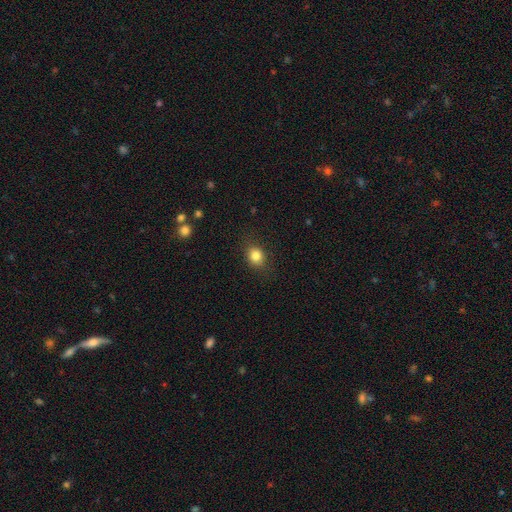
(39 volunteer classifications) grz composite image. It shows a smooth galaxy with no disk features (85%) that is in between round and cigar-shaped (55%). Merging: none (80%).